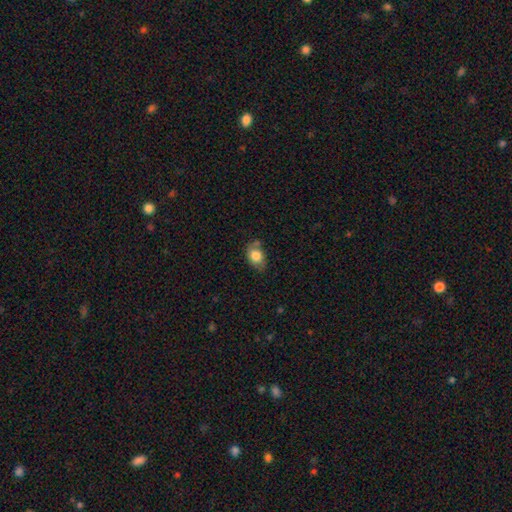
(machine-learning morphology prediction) Smooth or featured: smooth — 80% (featured or disk — 12%)
How rounded: in between — 72% (round — 26%)
Merging: none — 61% (minor disturbance — 26%)